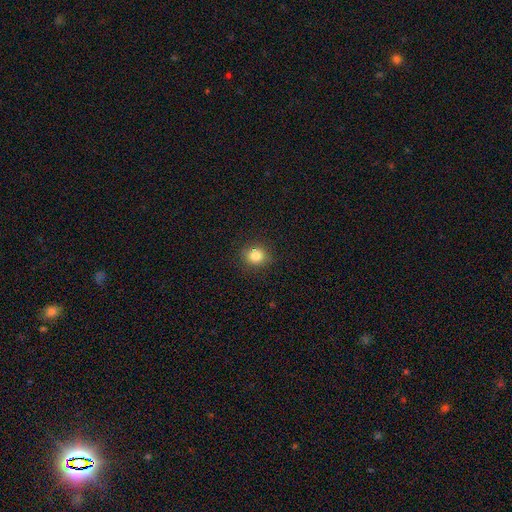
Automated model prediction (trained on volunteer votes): smooth 83%, star or artifact 11%, featured or disk 6%. Down the decision tree: how rounded — round (79%); merging — none (89%).